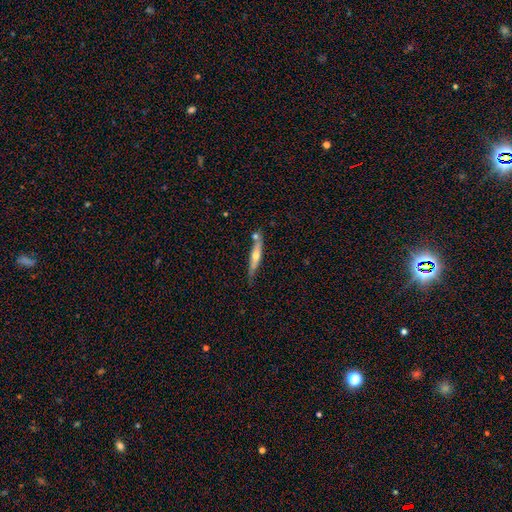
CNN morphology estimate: A featured or disk galaxy (51%) viewed edge-on (89%).

Vote fractions:
- Smooth or featured? featured or disk: 51% / smooth: 43% / star or artifact: 6%
- Edge-on disk? yes: 89% / no: 11%
- Merging? none: 67% / minor disturbance: 18% / merger: 12% / major disturbance: 4%